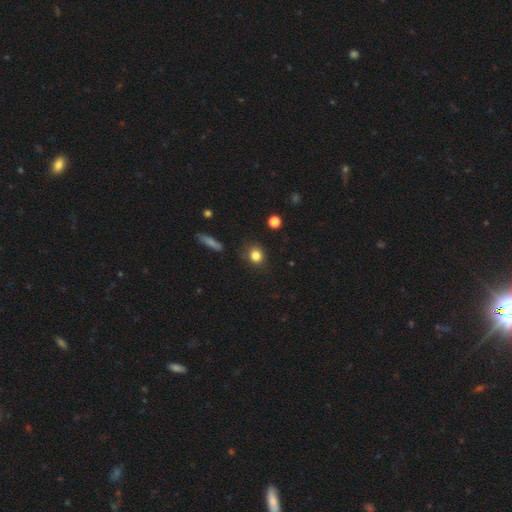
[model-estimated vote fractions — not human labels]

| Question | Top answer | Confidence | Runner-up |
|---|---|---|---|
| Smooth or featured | smooth | 82% | star or artifact (11%) |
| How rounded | round | 75% | in between (23%) |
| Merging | none | 83% | minor disturbance (12%) |